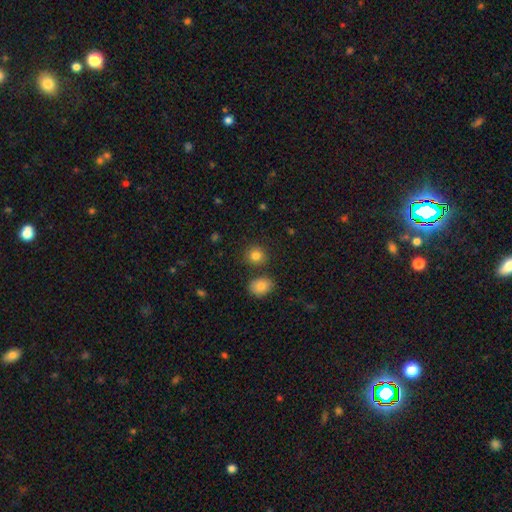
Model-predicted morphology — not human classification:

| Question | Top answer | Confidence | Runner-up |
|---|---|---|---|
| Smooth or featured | smooth | 83% | star or artifact (11%) |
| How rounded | round | 84% | in between (15%) |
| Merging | none | 81% | minor disturbance (8%) |